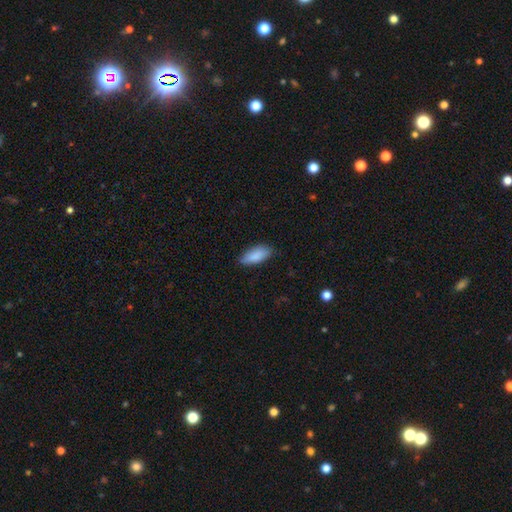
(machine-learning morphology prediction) Smooth or featured?
  - smooth: 87% *
  - featured or disk: 7%
  - star or artifact: 6%
How rounded?
  - in between: 81% *
  - cigar-shaped: 17%
  - round: 2%
Merging?
  - none: 79% *
  - minor disturbance: 17%
  - major disturbance: 3%
  - merger: 1%